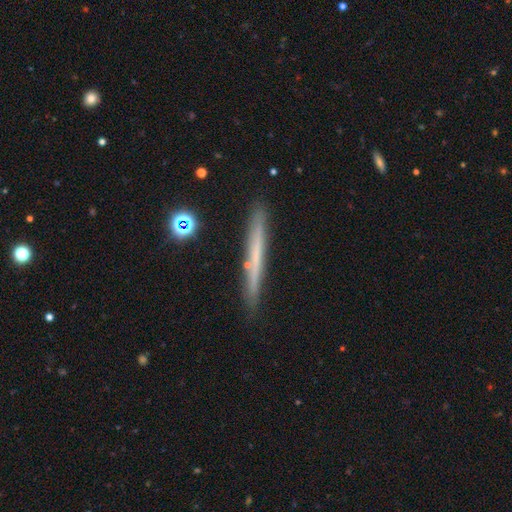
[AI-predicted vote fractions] smooth 46% (tied), featured or disk 46% (tied), star or artifact 8%. Down the decision tree: merging — none (87%).